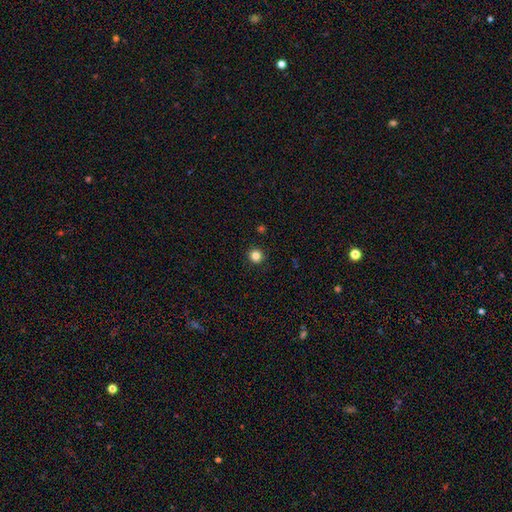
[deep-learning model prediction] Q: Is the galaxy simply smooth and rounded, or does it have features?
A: smooth — 83%.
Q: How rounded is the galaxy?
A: round — 96%.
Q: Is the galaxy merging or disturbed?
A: none — 93%.